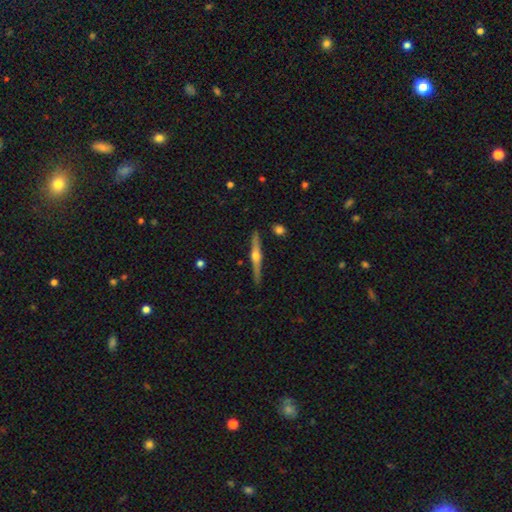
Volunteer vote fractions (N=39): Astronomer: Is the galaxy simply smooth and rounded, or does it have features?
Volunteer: featured or disk — 72%.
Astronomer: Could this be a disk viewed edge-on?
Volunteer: yes — 100%.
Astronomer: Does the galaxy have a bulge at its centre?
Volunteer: rounded — 96%.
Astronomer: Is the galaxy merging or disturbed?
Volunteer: none — 74%.